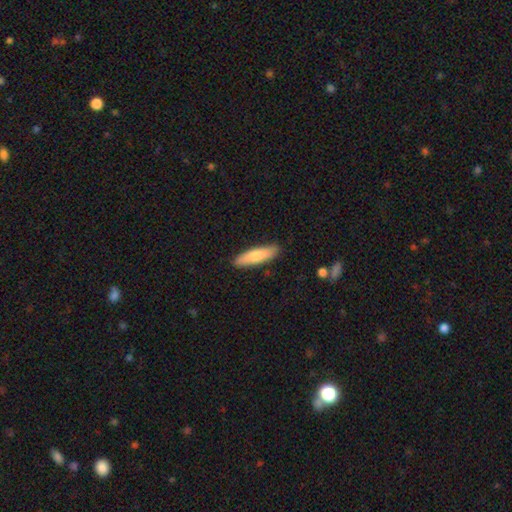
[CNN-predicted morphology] A smooth galaxy with no disk features (77%) that is cigar-shaped (69%). Merging: none (88%).